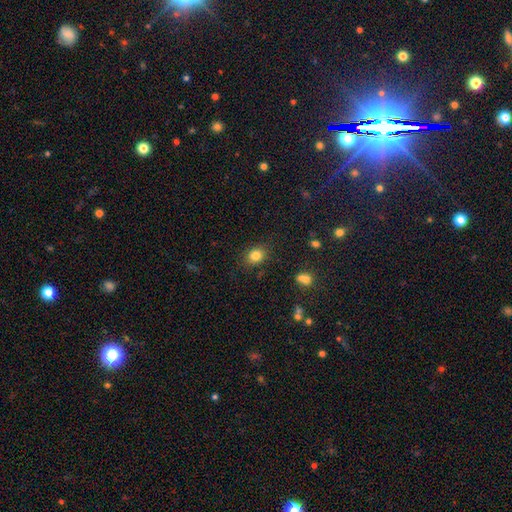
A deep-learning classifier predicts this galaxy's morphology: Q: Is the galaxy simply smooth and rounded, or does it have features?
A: smooth — 82%.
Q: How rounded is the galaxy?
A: round — 54%.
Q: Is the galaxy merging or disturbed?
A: none — 84%.